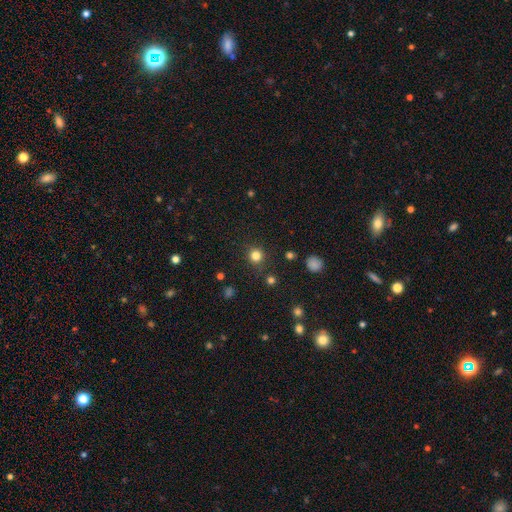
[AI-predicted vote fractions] Morphology: type=smooth (81%); roundness=round (93%); merging=none (87%).